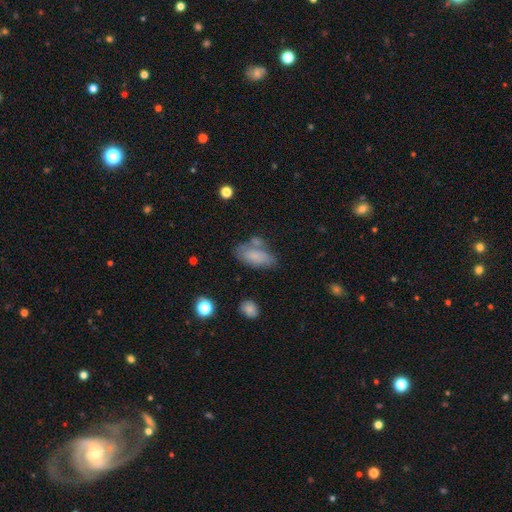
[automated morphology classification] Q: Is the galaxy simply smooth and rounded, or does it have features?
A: smooth — 74%.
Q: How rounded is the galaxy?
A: in between — 89%.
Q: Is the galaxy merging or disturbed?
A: none — 50%.